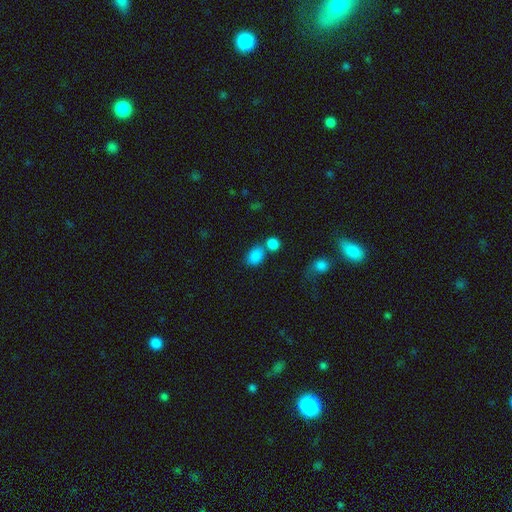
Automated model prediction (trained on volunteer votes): Smooth or featured? smooth (85%)
How rounded? in between (71%)
Merging? none (50%)